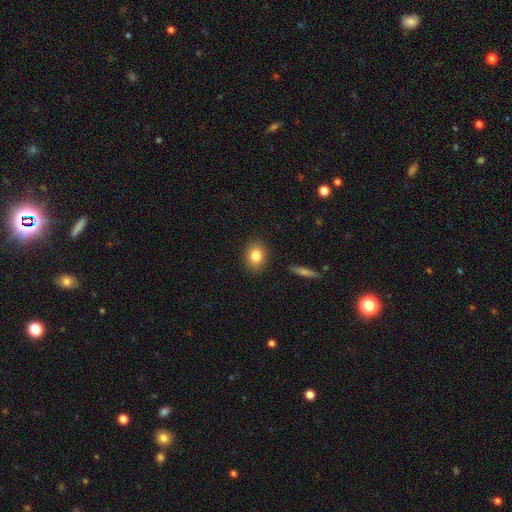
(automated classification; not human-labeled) Smooth or featured: smooth — 82% (star or artifact — 9%)
How rounded: round — 50% (in between — 48%)
Merging: none — 88% (minor disturbance — 8%)